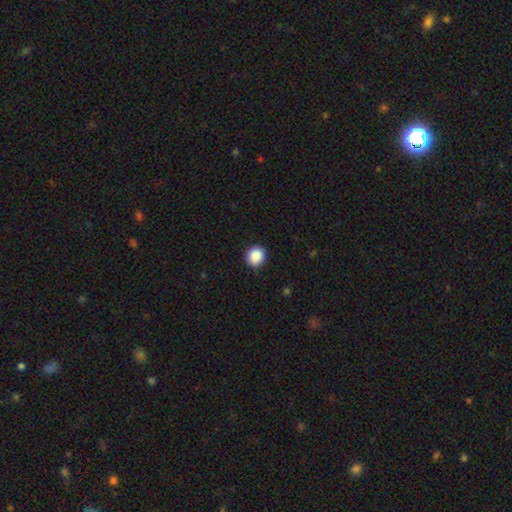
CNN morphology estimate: Q: Smooth or featured?
A: smooth (88%); runner-up: star or artifact (9%)
Q: How rounded?
A: round (84%); runner-up: in between (15%)
Q: Merging?
A: none (88%); runner-up: minor disturbance (9%)